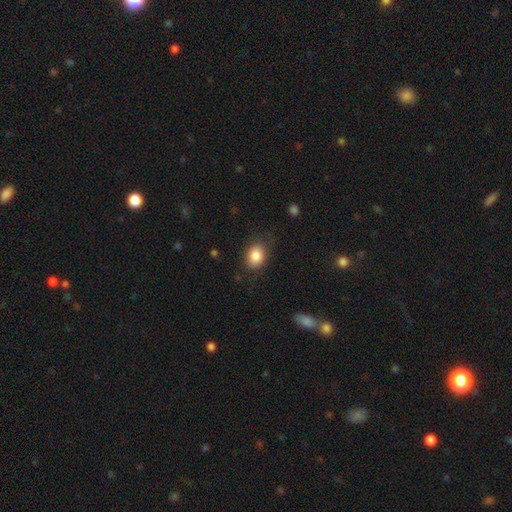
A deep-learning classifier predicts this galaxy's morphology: This appears to be a smooth galaxy with no disk features (86%) that is in between round and cigar-shaped (68%). Merging: none (79%).